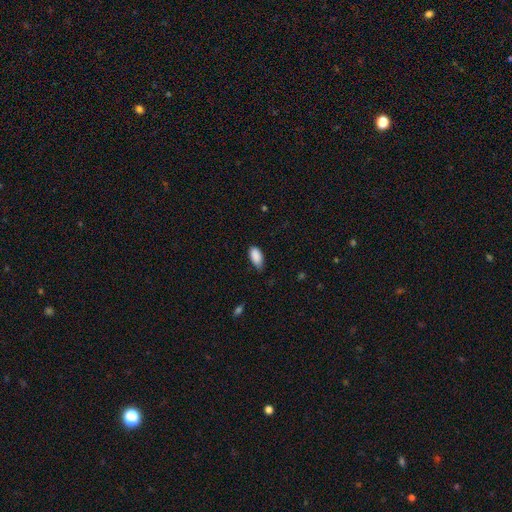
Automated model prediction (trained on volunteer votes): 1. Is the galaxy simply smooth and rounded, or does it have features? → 89% smooth, 7% star or artifact, 4% featured or disk.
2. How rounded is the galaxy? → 93% in between, 5% cigar-shaped, 3% round.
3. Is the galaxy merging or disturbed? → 66% none, 28% minor disturbance, 4% major disturbance, 1% merger.